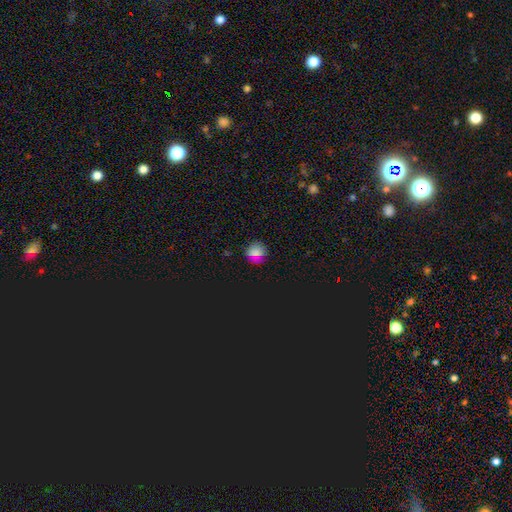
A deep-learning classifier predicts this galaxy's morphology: Smooth or featured? smooth (64%)
How rounded? round (88%)
Merging? none (88%)